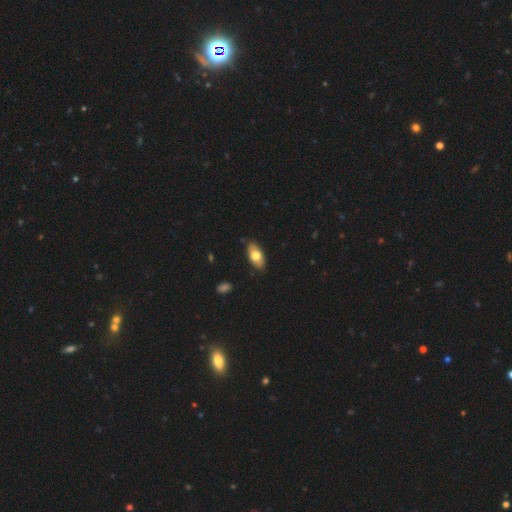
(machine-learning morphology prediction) This appears to be a smooth galaxy with no disk features (72%) that is in between round and cigar-shaped (91%). Merging: none (84%).